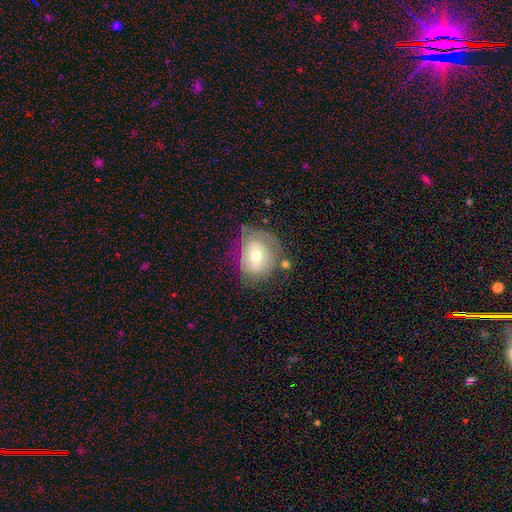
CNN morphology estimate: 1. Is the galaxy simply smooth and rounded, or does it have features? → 53% featured or disk, 38% smooth, 8% star or artifact.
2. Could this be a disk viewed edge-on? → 95% no, 5% yes.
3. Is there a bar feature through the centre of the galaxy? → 65% no, 27% weak, 8% strong.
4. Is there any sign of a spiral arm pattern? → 55% yes, 45% no.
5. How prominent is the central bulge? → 69% moderate, 24% small, 5% large, 1% dominant, 1% none.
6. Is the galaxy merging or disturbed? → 56% none, 25% minor disturbance, 13% major disturbance, 6% merger.